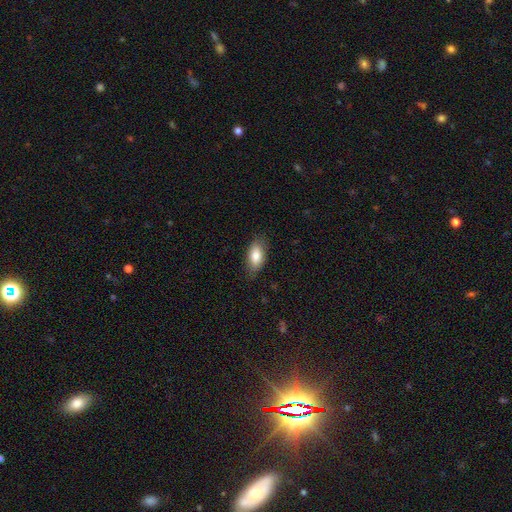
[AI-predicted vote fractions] Smooth or featured? smooth (83%)
How rounded? in between (89%)
Merging? none (80%)